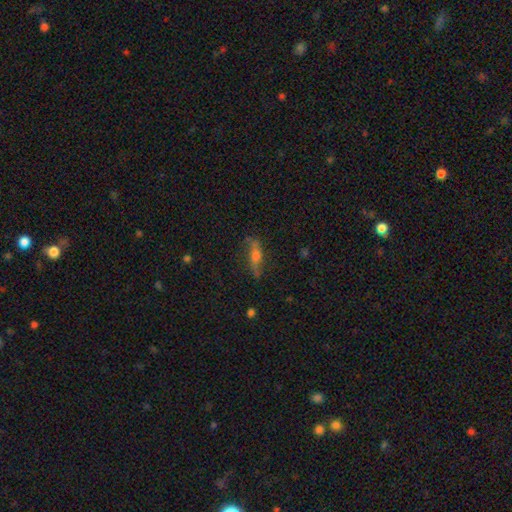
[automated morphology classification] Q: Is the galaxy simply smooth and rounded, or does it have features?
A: featured or disk — 56%.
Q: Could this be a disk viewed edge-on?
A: yes — 68%.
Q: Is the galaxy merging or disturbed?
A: none — 73%.